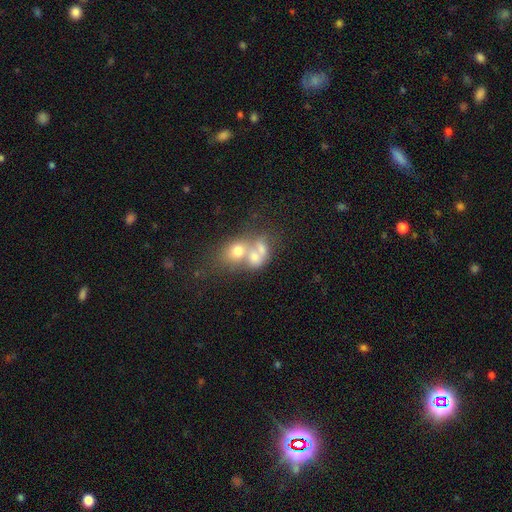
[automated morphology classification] Smooth or featured: smooth — 61% (featured or disk — 26%)
How rounded: in between — 54% (round — 44%)
Merging: merger — 69% (none — 18%)